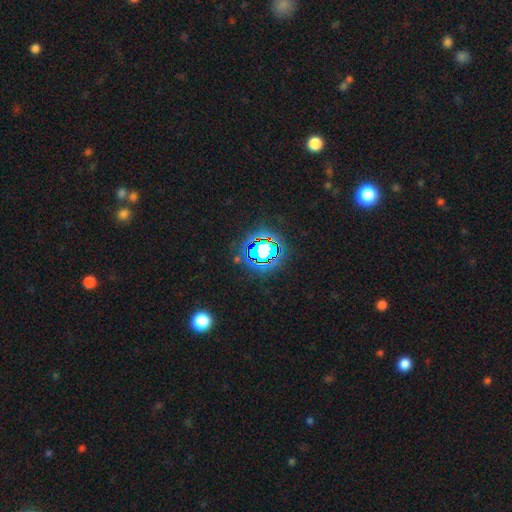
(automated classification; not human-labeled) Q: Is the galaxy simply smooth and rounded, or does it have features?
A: star or artifact — 80%.